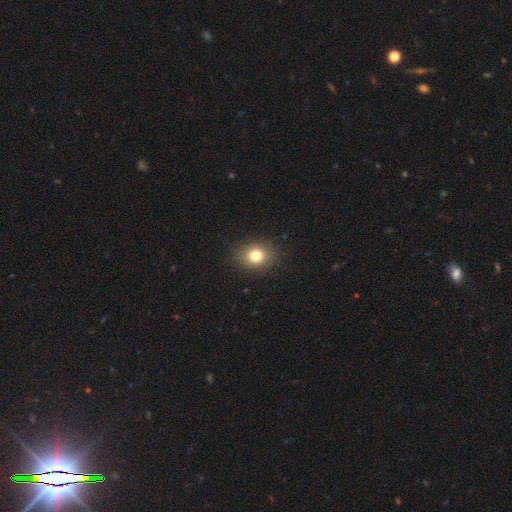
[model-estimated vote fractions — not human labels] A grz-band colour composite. It shows a smooth galaxy with no disk features (80%) that is round (53%). Merging: none (88%).